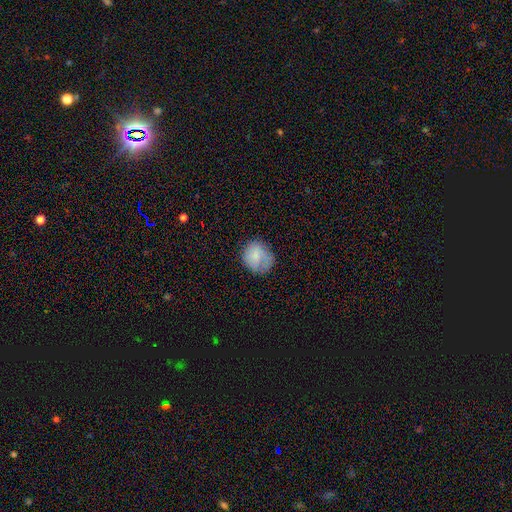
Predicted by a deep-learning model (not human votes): A smooth galaxy with no disk features (75%) that is round (78%). Merging: none (64%).